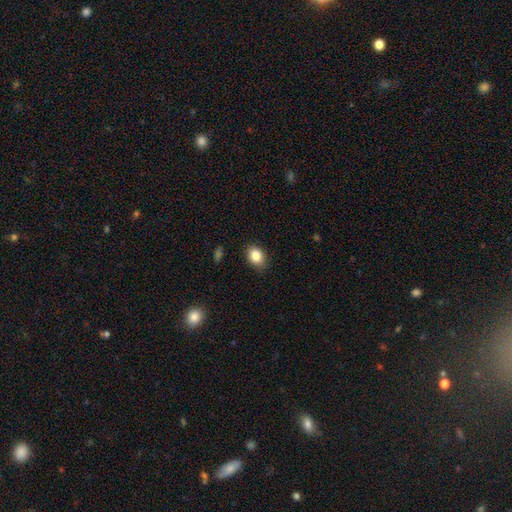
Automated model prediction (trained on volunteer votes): Overall: smooth (84%). How rounded: in between (65%; round 34%). Merging: none (85%).